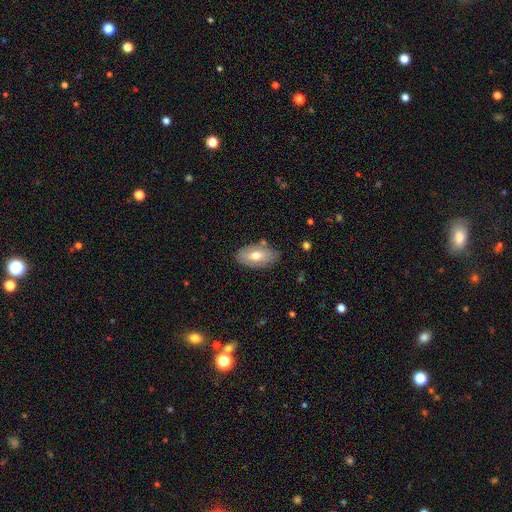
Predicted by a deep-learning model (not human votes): smooth 64%, featured or disk 30%, star or artifact 6%. Down the decision tree: how rounded — in between (93%); merging — none (78%).